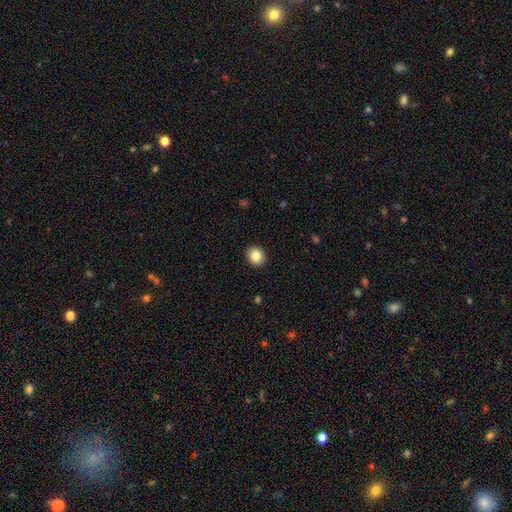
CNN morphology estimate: Q: Smooth or featured?
A: smooth (85%); runner-up: star or artifact (9%)
Q: How rounded?
A: round (72%); runner-up: in between (27%)
Q: Merging?
A: none (92%); runner-up: minor disturbance (6%)